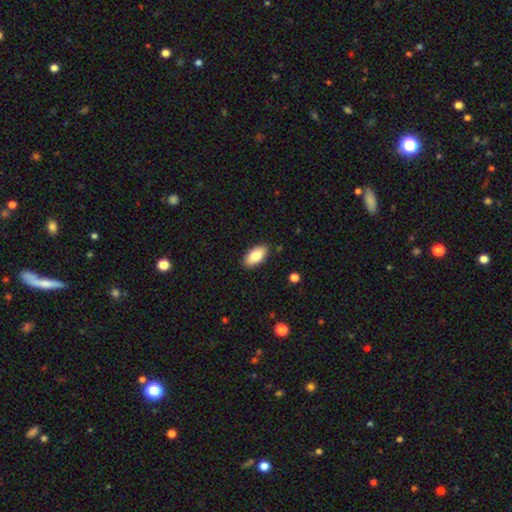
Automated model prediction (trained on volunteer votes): Smooth or featured? Predicted: smooth (p=0.80). How rounded? Predicted: in between (p=0.92). Merging? Predicted: none (p=0.88).